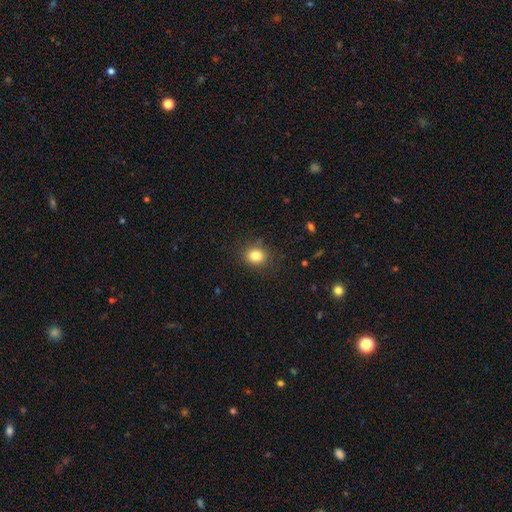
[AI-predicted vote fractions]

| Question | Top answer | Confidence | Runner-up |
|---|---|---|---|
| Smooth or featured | smooth | 83% | star or artifact (11%) |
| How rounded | round | 64% | in between (36%) |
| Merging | none | 85% | minor disturbance (10%) |